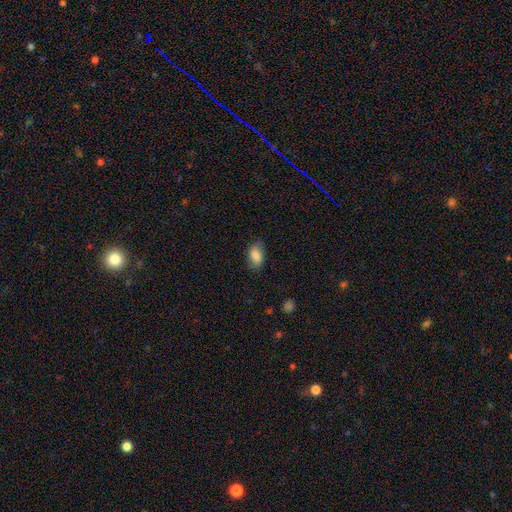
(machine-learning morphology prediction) Overall: smooth (81%). How rounded: in between (89%). Merging: none (72%).